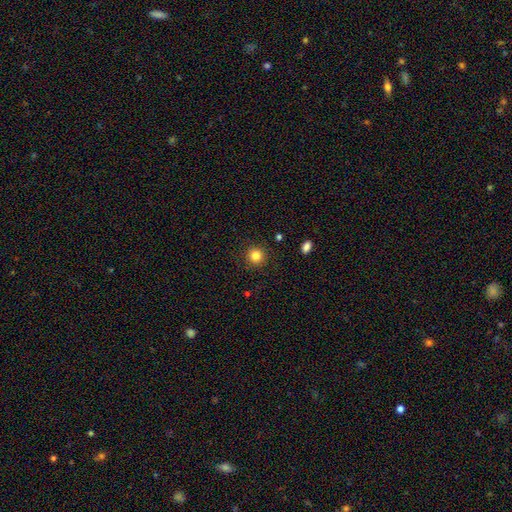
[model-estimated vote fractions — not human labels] Smooth or featured?
  - smooth: 83% *
  - star or artifact: 12%
  - featured or disk: 5%
How rounded?
  - round: 94% *
  - in between: 5%
  - cigar-shaped: 1%
Merging?
  - none: 91% *
  - minor disturbance: 6%
  - major disturbance: 2%
  - merger: 1%